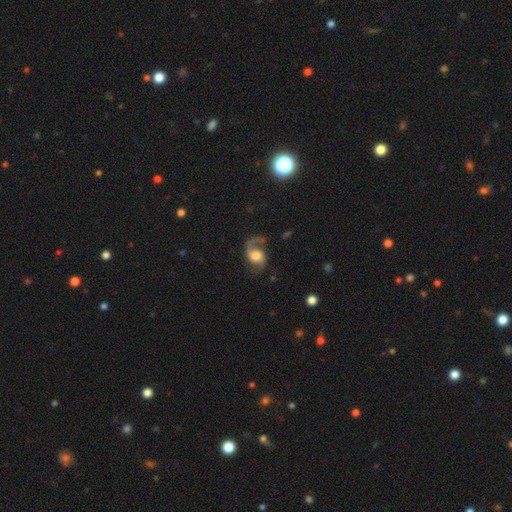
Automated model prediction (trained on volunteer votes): A featured or disk galaxy (78%) with no bar (59%), 2 (79%) loose (57%) spiral arms (94%) and a moderate central bulge (45%). Merging: none (64%).